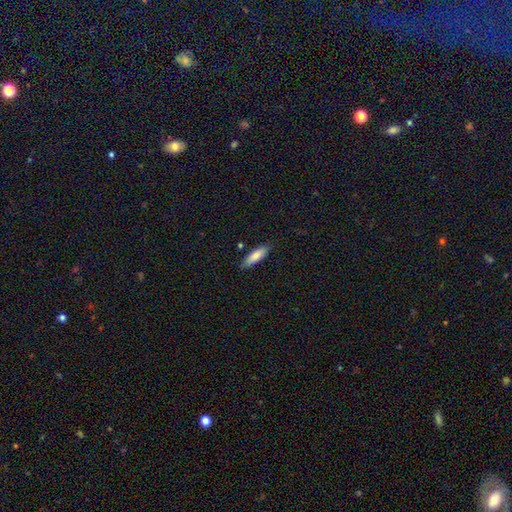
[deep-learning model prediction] Smooth or featured? smooth (81%)
How rounded? cigar-shaped (58%)
Merging? none (84%)